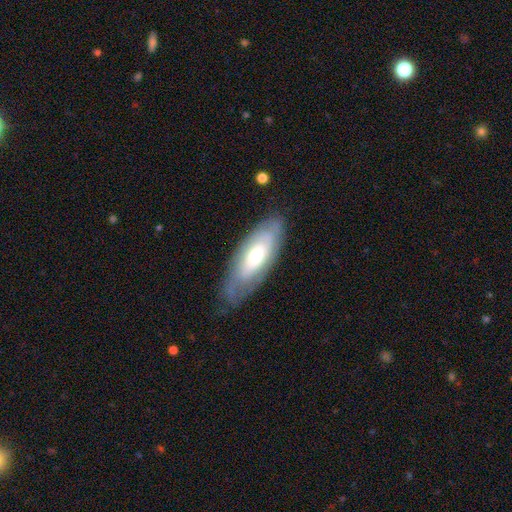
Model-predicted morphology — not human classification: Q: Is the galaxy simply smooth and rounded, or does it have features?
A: featured or disk — 50%.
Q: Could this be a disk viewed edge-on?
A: no — 79%.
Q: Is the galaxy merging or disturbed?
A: none — 74%.